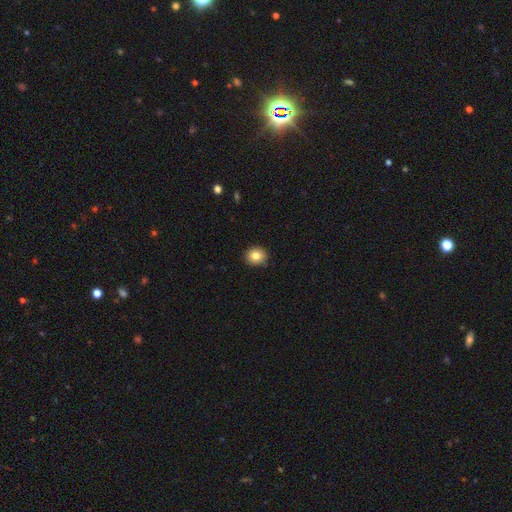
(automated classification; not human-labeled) This is clearly a smooth galaxy (82%). How rounded: clearly round (82%). Merging: clearly none (88%).